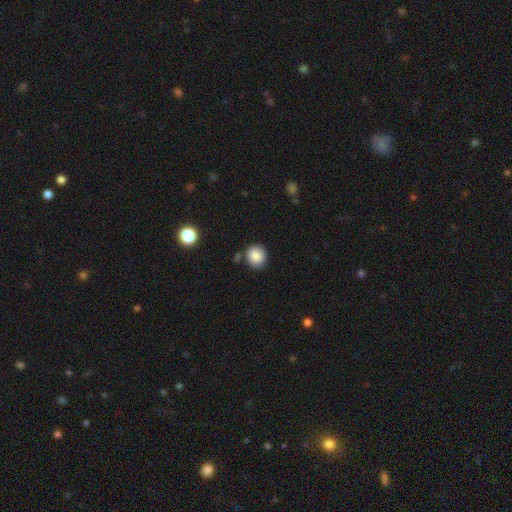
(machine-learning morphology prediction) Smooth or featured? smooth (87%)
How rounded? round (87%)
Merging? none (82%)